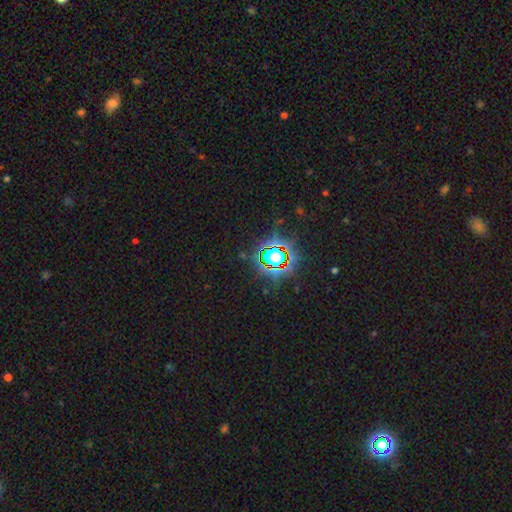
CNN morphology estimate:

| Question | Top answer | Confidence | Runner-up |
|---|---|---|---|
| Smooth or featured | star or artifact | 81% | smooth (11%) |